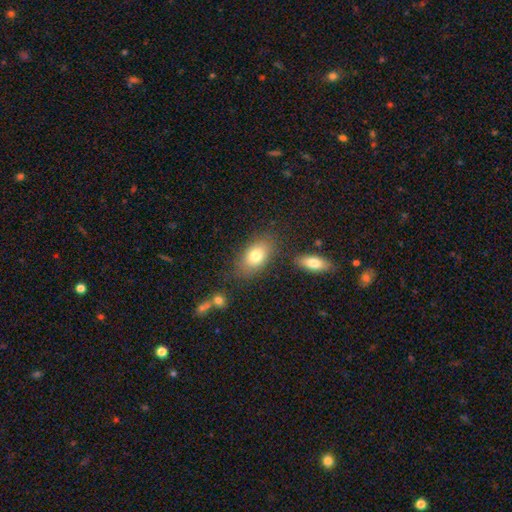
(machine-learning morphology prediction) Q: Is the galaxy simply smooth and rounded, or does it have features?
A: smooth — 78%.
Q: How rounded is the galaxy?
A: in between — 87%.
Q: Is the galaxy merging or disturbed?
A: none — 77%.